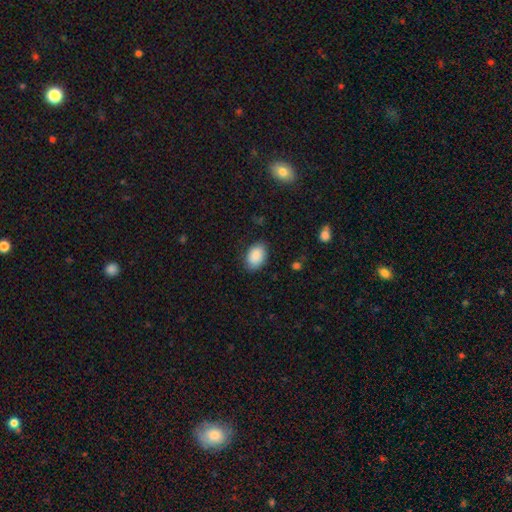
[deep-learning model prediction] This appears to be a smooth galaxy with no disk features (87%) that is in between round and cigar-shaped (87%). Merging: none (82%).